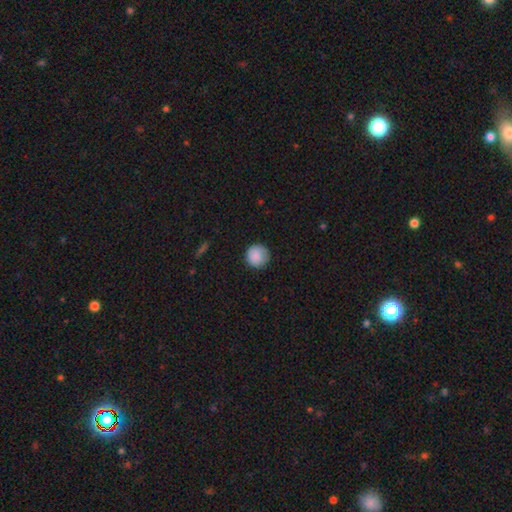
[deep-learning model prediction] This appears to be a smooth galaxy with no disk features (88%) that is round (95%). Merging: none (86%).